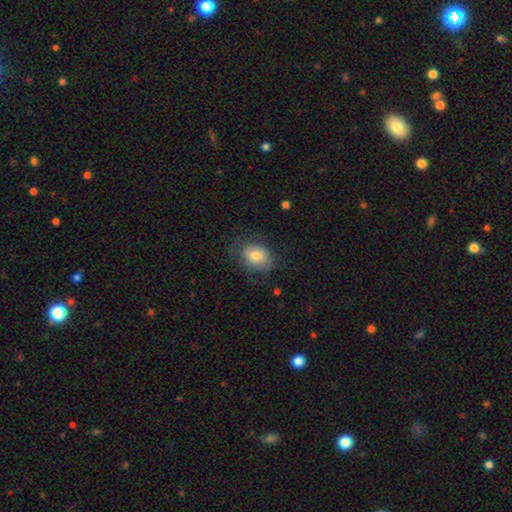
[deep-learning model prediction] This is likely a smooth galaxy (75%). How rounded: likely in between (64%). Merging: likely none (65%).